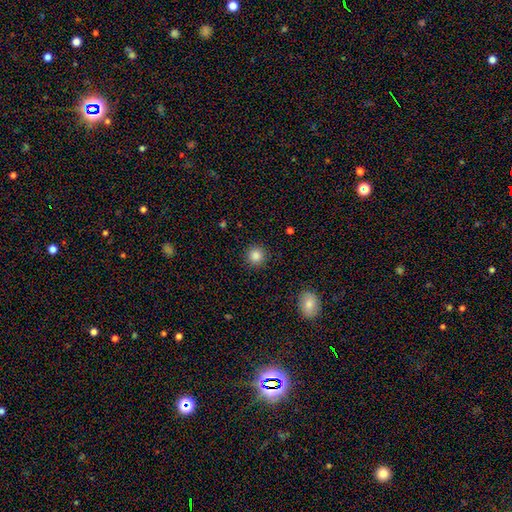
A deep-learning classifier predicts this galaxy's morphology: Smooth or featured? smooth (86%)
How rounded? round (93%)
Merging? none (91%)